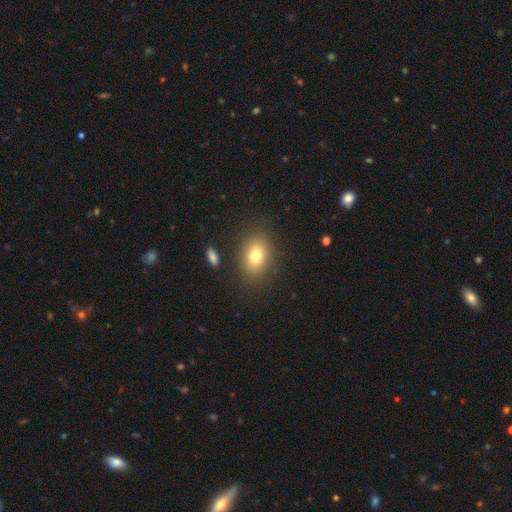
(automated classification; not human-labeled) Smooth or featured: smooth — 77% (featured or disk — 12%)
How rounded: in between — 73% (round — 26%)
Merging: none — 85% (minor disturbance — 9%)